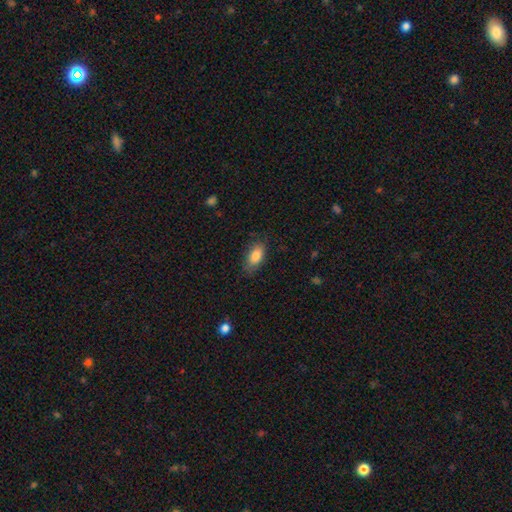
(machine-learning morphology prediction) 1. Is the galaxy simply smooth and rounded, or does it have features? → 85% smooth, 8% featured or disk, 7% star or artifact.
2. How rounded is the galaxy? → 89% in between, 8% cigar-shaped, 3% round.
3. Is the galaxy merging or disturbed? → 79% none, 16% minor disturbance, 4% major disturbance, 1% merger.